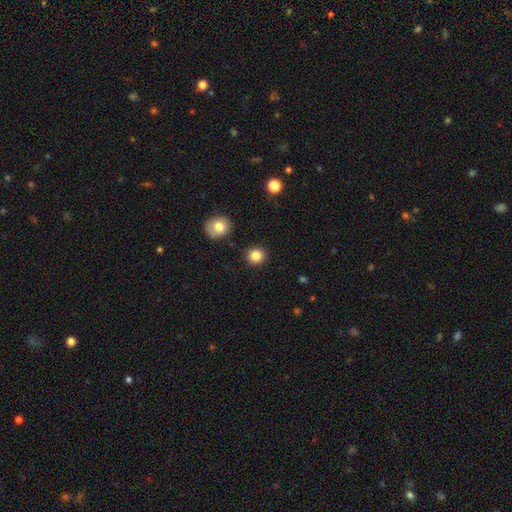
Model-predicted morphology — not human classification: Overall: smooth (85%). How rounded: round (91%). Merging: none (90%).